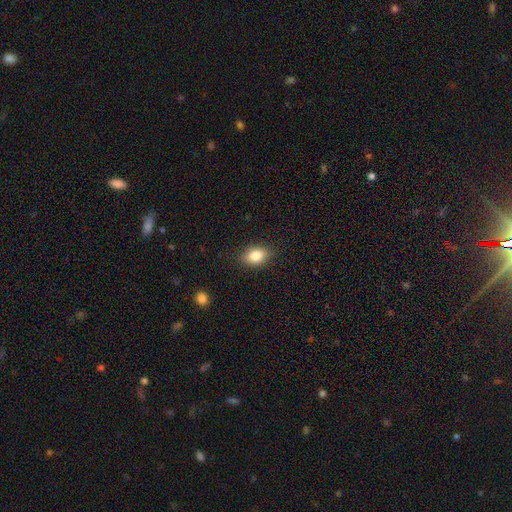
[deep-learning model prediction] This is clearly a smooth galaxy (82%). How rounded: likely in between (77%). Merging: clearly none (86%).